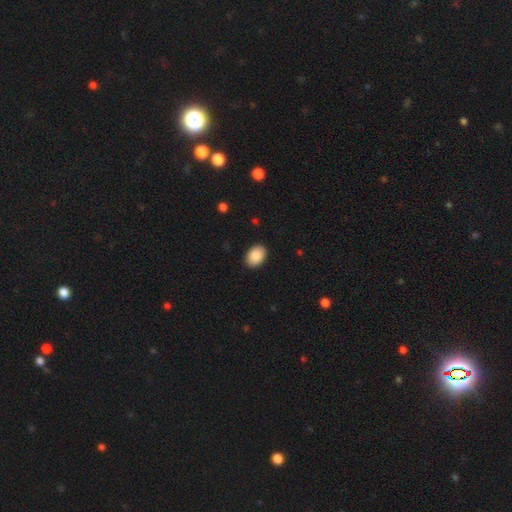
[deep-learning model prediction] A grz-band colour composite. It shows a smooth galaxy with no disk features (89%) that is in between round and cigar-shaped (78%). Merging: none (91%).